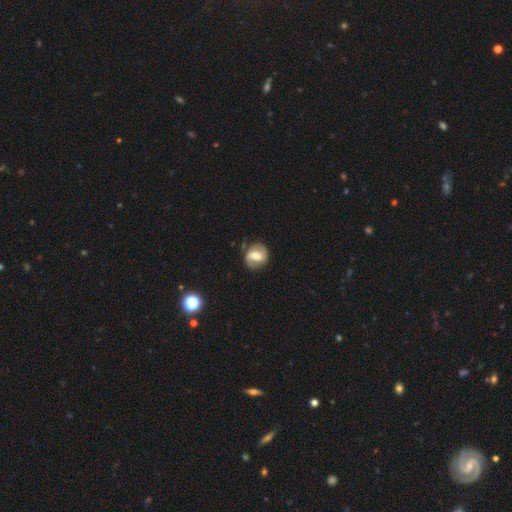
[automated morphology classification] smooth_or_featured: featured or disk (p=0.59) [alt: smooth p=0.34]
disk_edge_on: no (p=0.96) [alt: yes p=0.04]
bar: weak (p=0.41) [alt: strong p=0.40]
has_spiral_arms: yes (p=0.79) [alt: no p=0.21]
bulge_size: moderate (p=0.51) [alt: large p=0.21]
merging: none (p=0.77) [alt: minor disturbance p=0.16]